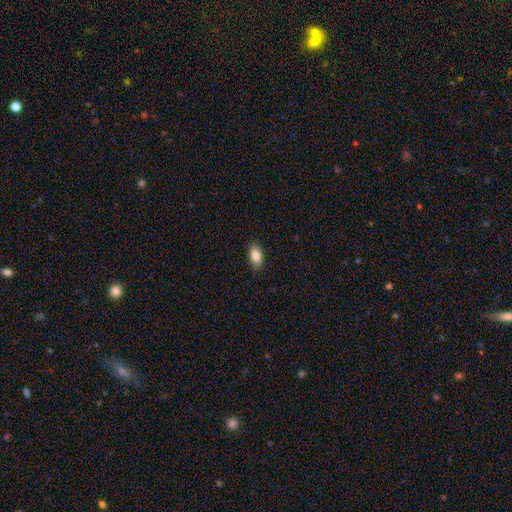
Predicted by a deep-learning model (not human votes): Morphology: type=smooth (87%); roundness=in between (91%); merging=none (88%).